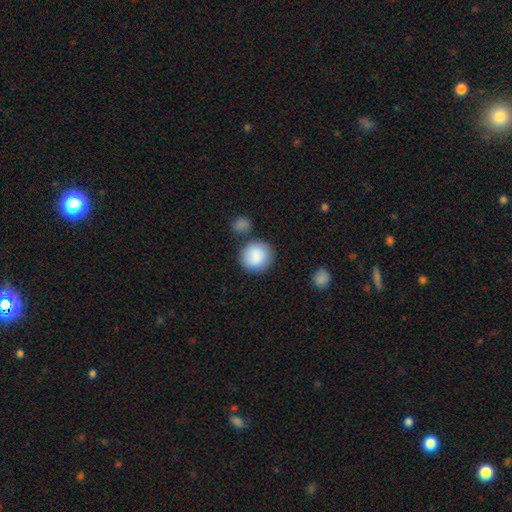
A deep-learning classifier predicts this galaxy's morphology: A smooth galaxy with no disk features (89%) that is round (89%). Merging: none (72%).